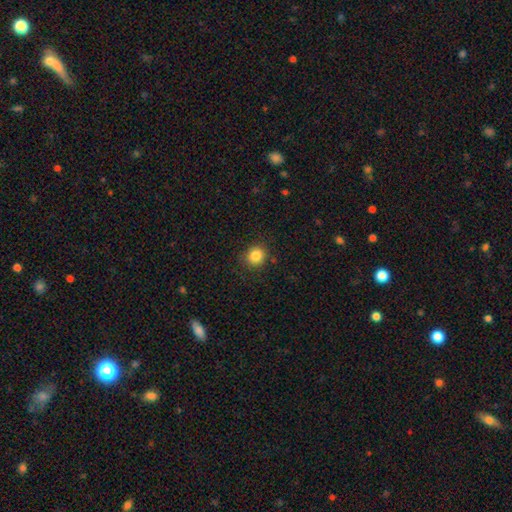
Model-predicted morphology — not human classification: This appears to be a smooth galaxy with no disk features (85%) that is round (86%). Merging: none (87%).